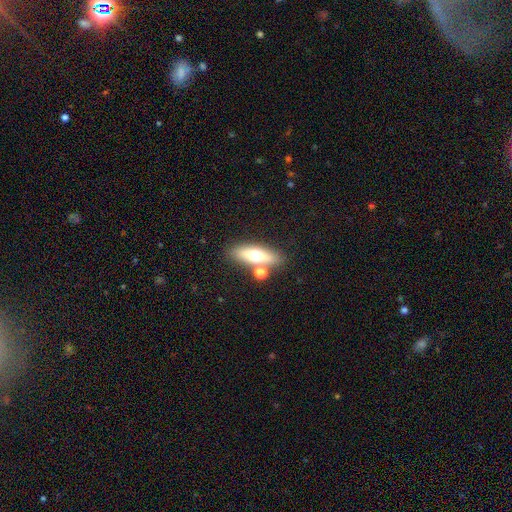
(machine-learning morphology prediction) Overall: smooth (59%; featured or disk 33%). How rounded: in between (48%; cigar-shaped 46%). Merging: none (70%).